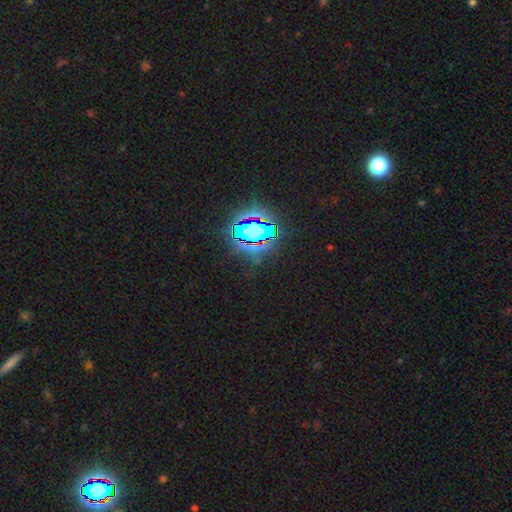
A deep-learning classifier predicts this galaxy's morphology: smooth_or_featured: star or artifact (p=0.84) [alt: smooth p=0.10]